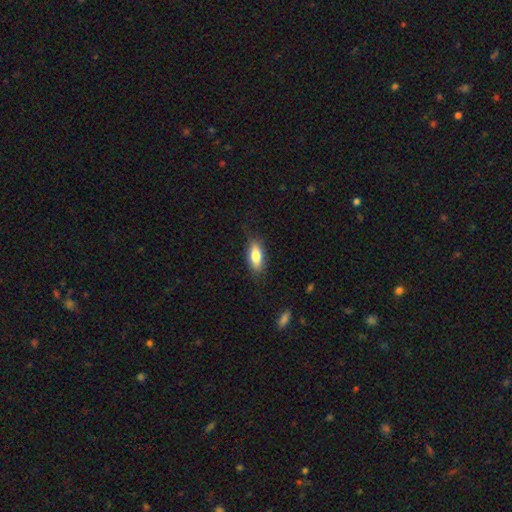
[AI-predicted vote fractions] This appears to be a smooth galaxy with no disk features (76%) that is in between round and cigar-shaped (74%). Merging: none (81%).